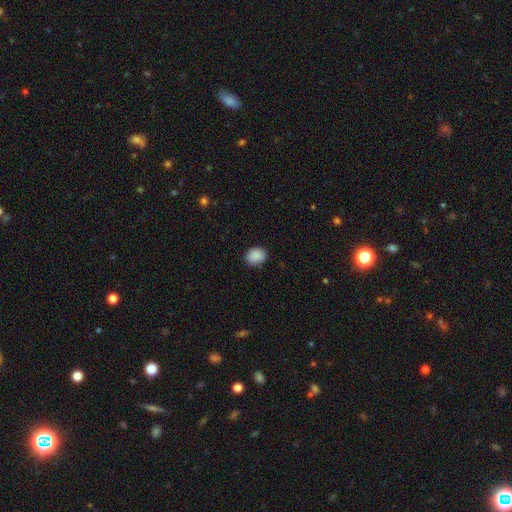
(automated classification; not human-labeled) Smooth or featured?
  - smooth: 89% *
  - star or artifact: 8%
  - featured or disk: 3%
How rounded?
  - round: 51% *
  - in between: 49%
  - cigar-shaped: 1%
Merging?
  - none: 88% *
  - minor disturbance: 9%
  - major disturbance: 2%
  - merger: 1%